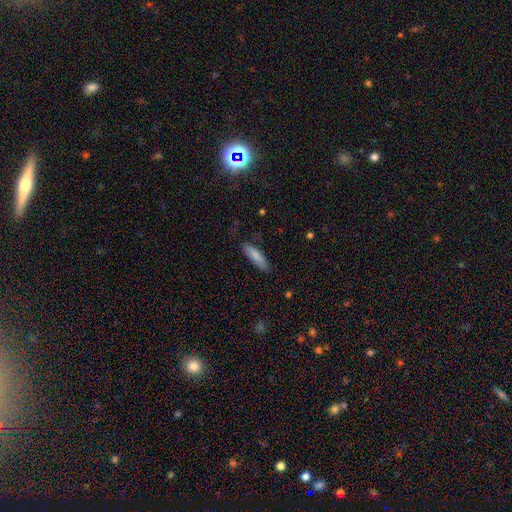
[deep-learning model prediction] Q: Smooth or featured?
A: smooth (81%); runner-up: featured or disk (13%)
Q: How rounded?
A: cigar-shaped (68%); runner-up: in between (31%)
Q: Merging?
A: none (82%); runner-up: minor disturbance (14%)